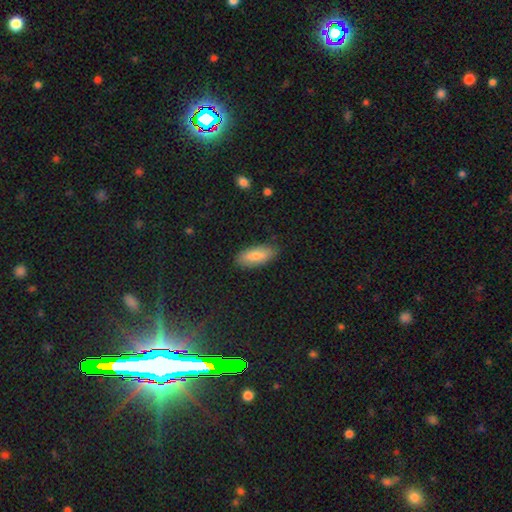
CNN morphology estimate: Smooth or featured? smooth (84%)
How rounded? in between (79%)
Merging? none (86%)